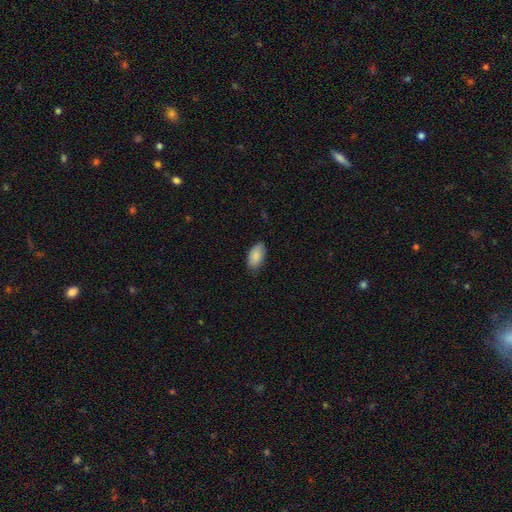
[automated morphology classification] Overall: smooth (88%). How rounded: in between (94%). Merging: none (82%).